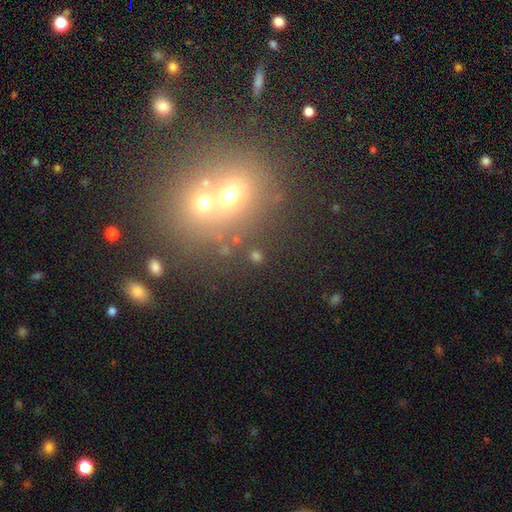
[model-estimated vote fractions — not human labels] Smooth or featured?
  - smooth: 52% *
  - star or artifact: 30%
  - featured or disk: 17%
How rounded?
  - round: 69% *
  - in between: 29%
  - cigar-shaped: 2%
Merging?
  - none: 47% *
  - merger: 42%
  - minor disturbance: 7%
  - major disturbance: 4%